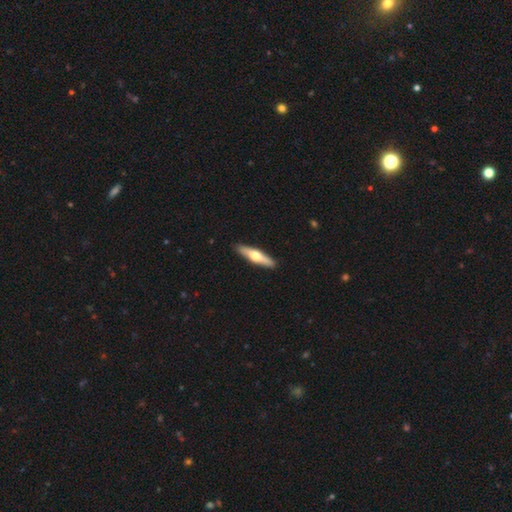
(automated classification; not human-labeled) The model was most divided on "smooth or featured": featured or disk: 55%, smooth: 41%, star or artifact: 5%. More confident: edge-on bulge — rounded (94%); edge-on disk — yes (94%); merging — none (91%).